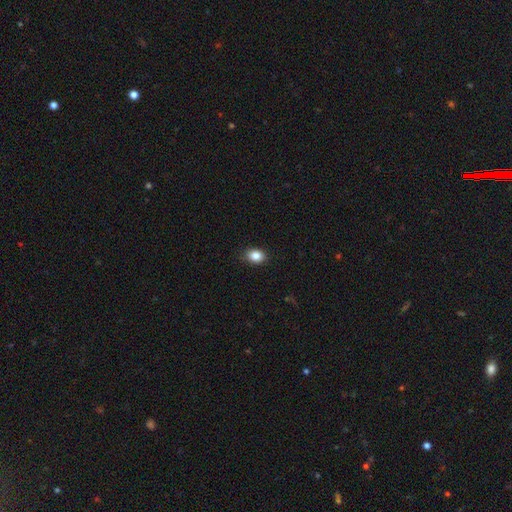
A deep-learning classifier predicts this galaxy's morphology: smooth_or_featured: smooth (p=0.87) [alt: star or artifact p=0.09]
how_rounded: in between (p=0.62) [alt: round p=0.37]
merging: none (p=0.86) [alt: minor disturbance p=0.11]